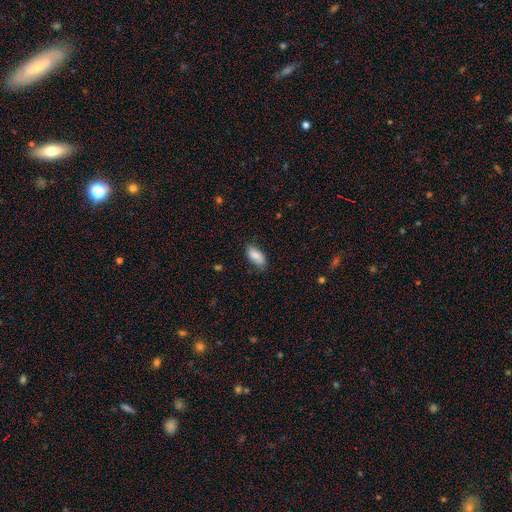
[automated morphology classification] A smooth galaxy with no disk features (86%) that is in between round and cigar-shaped (90%).

Vote fractions:
- Smooth or featured? smooth: 86% / featured or disk: 7% / star or artifact: 7%
- How rounded? in between: 90% / cigar-shaped: 7% / round: 2%
- Merging? none: 76% / minor disturbance: 19% / major disturbance: 3% / merger: 1%